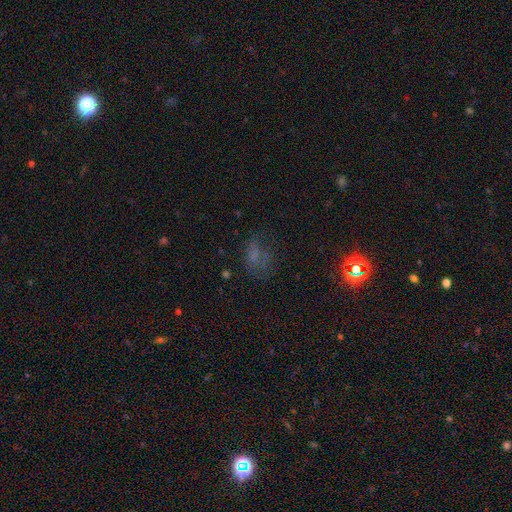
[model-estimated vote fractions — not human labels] smooth 45%, star or artifact 31%, featured or disk 24%. Down the decision tree: merging — none (43%).